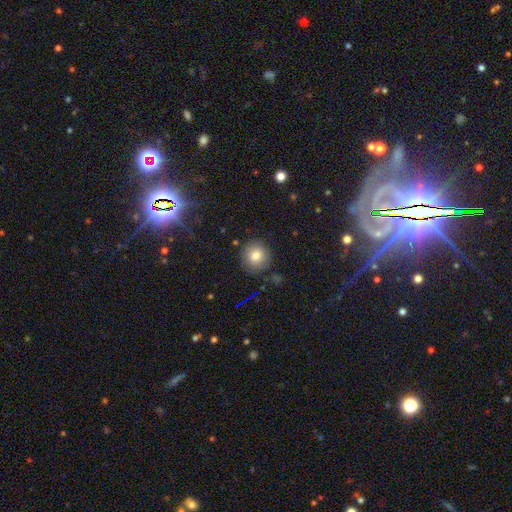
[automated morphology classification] A smooth galaxy with no disk features (79%) that is round (92%).

Vote fractions:
- Smooth or featured? smooth: 79% / star or artifact: 12% / featured or disk: 9%
- How rounded? round: 92% / in between: 7% / cigar-shaped: 1%
- Merging? none: 86% / minor disturbance: 9% / major disturbance: 3% / merger: 2%